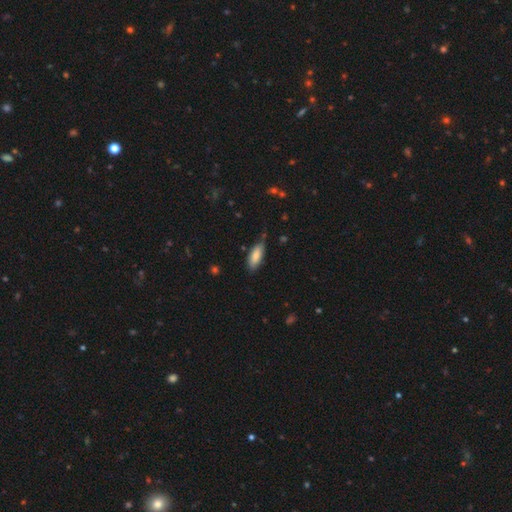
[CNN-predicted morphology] smooth_or_featured: smooth (p=0.82) [alt: featured or disk p=0.12]
how_rounded: in between (p=0.74) [alt: cigar-shaped p=0.24]
merging: none (p=0.71) [alt: minor disturbance p=0.24]